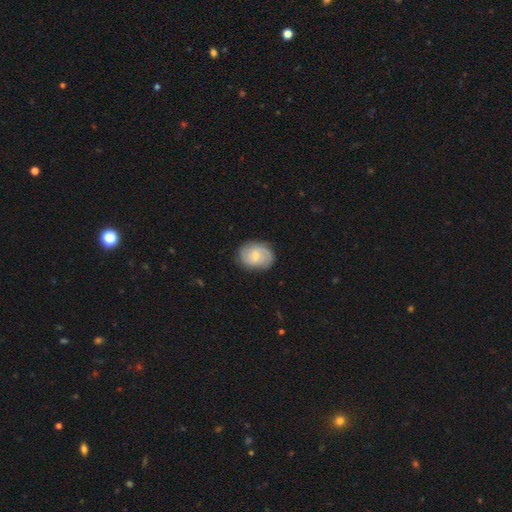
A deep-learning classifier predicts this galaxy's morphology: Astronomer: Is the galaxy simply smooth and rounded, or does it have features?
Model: featured or disk — 61%.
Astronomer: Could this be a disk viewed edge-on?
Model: no — 97%.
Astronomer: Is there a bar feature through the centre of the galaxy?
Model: weak — 49% (runner-up: no, 44%).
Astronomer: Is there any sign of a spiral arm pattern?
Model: yes — 89%.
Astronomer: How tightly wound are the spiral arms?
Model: tight — 43% (runner-up: medium, 42%).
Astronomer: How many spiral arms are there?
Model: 2 — 58%.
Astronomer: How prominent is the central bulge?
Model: small — 55% (runner-up: moderate, 39%).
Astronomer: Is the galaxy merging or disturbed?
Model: none — 82%.